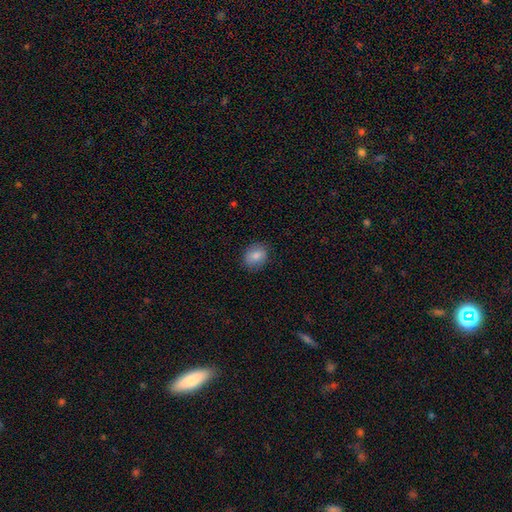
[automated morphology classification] The model was most divided on "how rounded": round: 50%, in between: 49%, cigar-shaped: 1%. More confident: merging — none (83%); smooth or featured — smooth (82%).